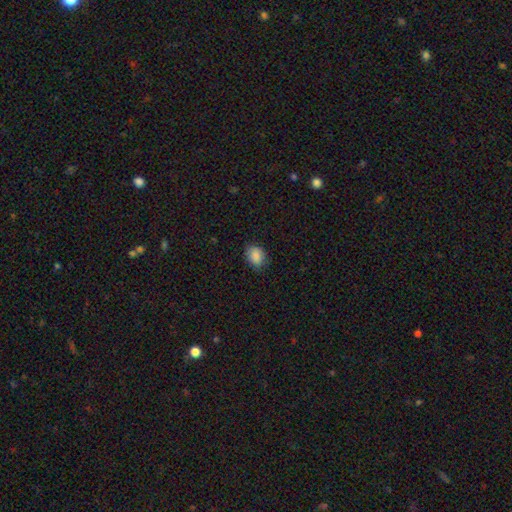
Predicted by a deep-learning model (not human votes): smooth_or_featured: smooth (p=0.87) [alt: star or artifact p=0.08]
how_rounded: in between (p=0.66) [alt: round p=0.33]
merging: none (p=0.78) [alt: minor disturbance p=0.18]